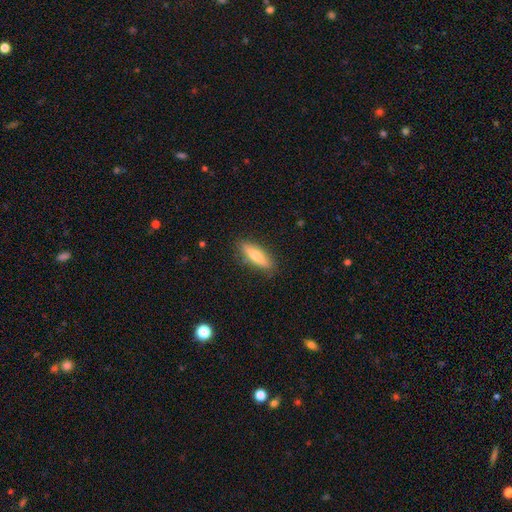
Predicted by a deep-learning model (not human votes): smooth_or_featured: smooth (p=0.62) [alt: featured or disk p=0.32]
how_rounded: cigar-shaped (p=0.61) [alt: in between p=0.37]
merging: none (p=0.86) [alt: minor disturbance p=0.11]